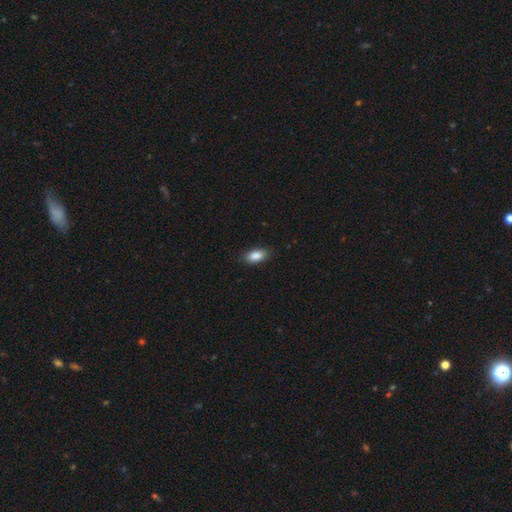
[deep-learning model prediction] The model was most divided on "merging": none: 87%, minor disturbance: 10%, major disturbance: 2%, merger: 1%. More confident: how rounded — in between (91%); smooth or featured — smooth (88%).